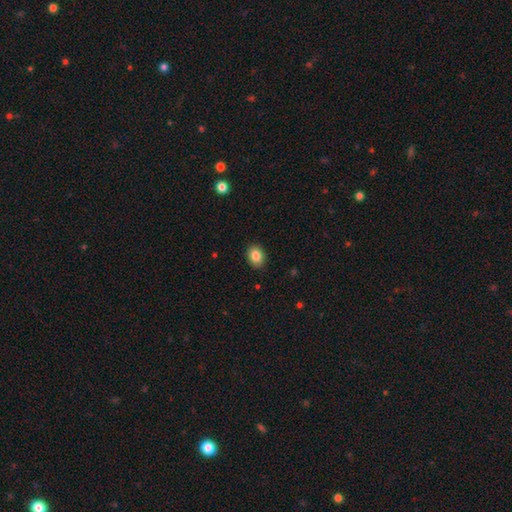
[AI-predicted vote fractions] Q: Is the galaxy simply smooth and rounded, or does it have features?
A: smooth — 85%.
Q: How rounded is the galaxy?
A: in between — 58%.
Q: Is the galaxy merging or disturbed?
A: none — 89%.